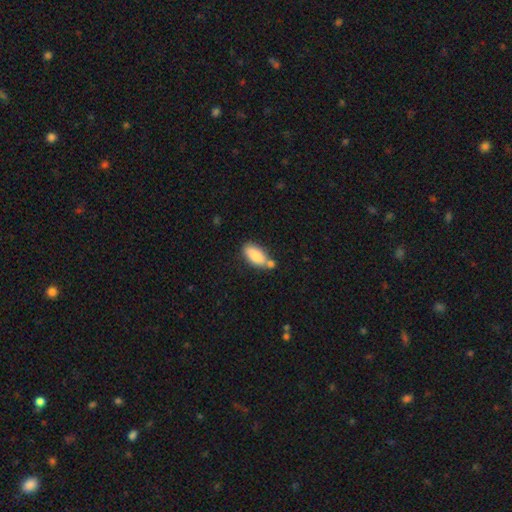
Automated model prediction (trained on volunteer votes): This appears to be a smooth galaxy with no disk features (82%) that is in between round and cigar-shaped (86%). Merging: none (55%).